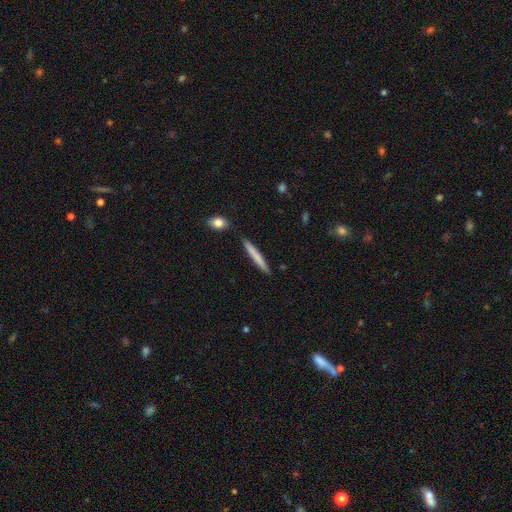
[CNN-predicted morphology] A smooth galaxy with no disk features (69%) that is cigar-shaped (96%). Merging: none (89%).